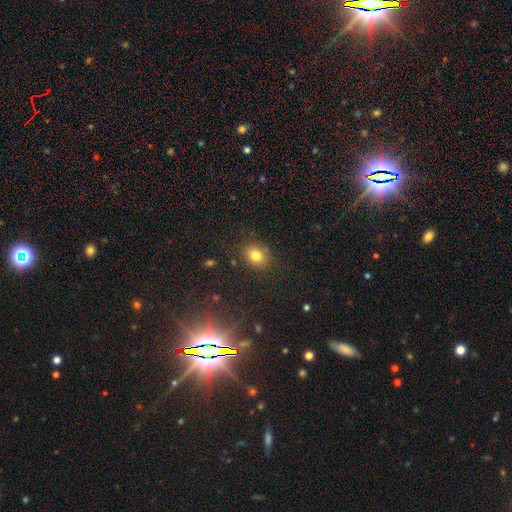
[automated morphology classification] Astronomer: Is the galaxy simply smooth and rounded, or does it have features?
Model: smooth — 79%.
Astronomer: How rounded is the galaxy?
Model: round — 52% (runner-up: in between, 47%).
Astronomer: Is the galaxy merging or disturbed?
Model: none — 83%.